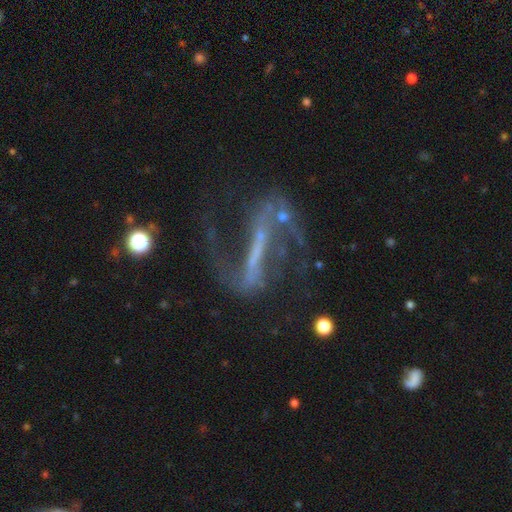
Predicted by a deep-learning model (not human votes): Q: Smooth or featured?
A: featured or disk (83%); runner-up: star or artifact (10%)
Q: Edge-on disk?
A: no (88%); runner-up: yes (12%)
Q: Bar?
A: strong (77%); runner-up: weak (15%)
Q: Spiral arms?
A: yes (84%); runner-up: no (16%)
Q: Spiral winding?
A: loose (62%); runner-up: medium (29%)
Q: Spiral arm count?
A: 2 (88%); runner-up: can't tell (5%)
Q: Bulge size?
A: none (55%); runner-up: small (32%)
Q: Merging?
A: none (59%); runner-up: major disturbance (21%)